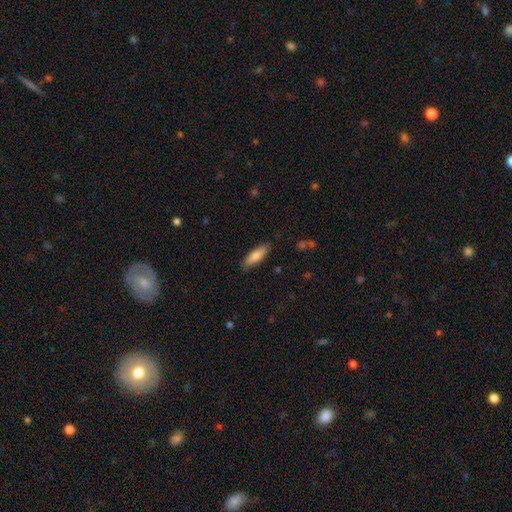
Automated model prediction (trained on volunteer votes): Q: Smooth or featured?
A: smooth (77%); runner-up: featured or disk (17%)
Q: How rounded?
A: cigar-shaped (51%); runner-up: in between (48%)
Q: Merging?
A: none (85%); runner-up: minor disturbance (12%)